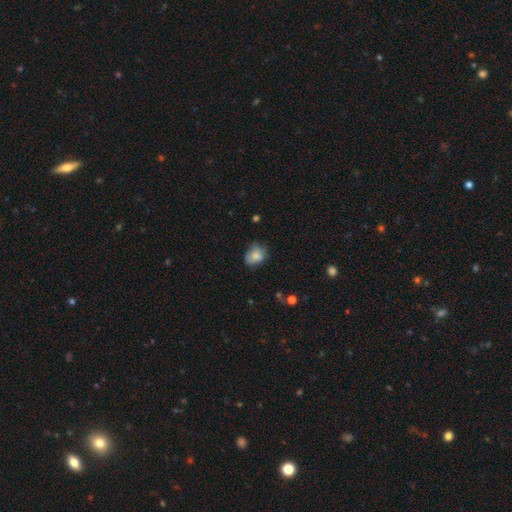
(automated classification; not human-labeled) Smooth or featured?
  - smooth: 78% *
  - featured or disk: 13%
  - star or artifact: 9%
How rounded?
  - in between: 53% *
  - round: 46%
  - cigar-shaped: 1%
Merging?
  - none: 59% *
  - minor disturbance: 31%
  - major disturbance: 8%
  - merger: 2%